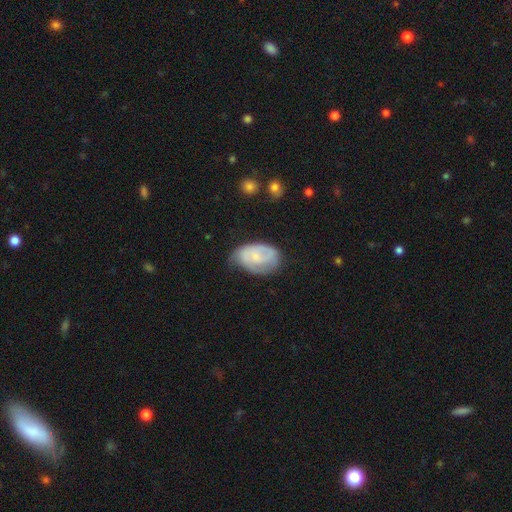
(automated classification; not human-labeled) featured or disk 49%, smooth 44%, star or artifact 7%. Down the decision tree: merging — none (46%).